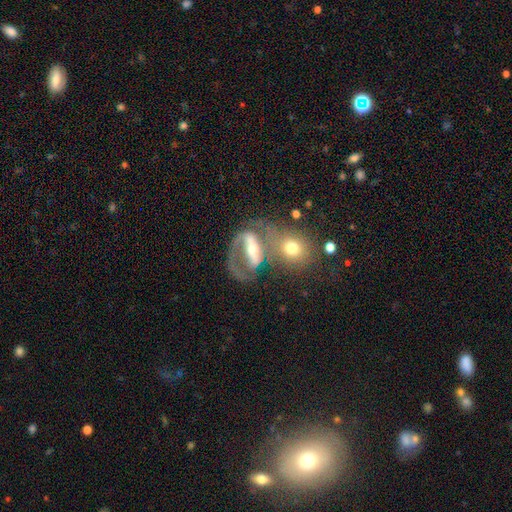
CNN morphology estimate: smooth-or-featured: featured or disk: 72% | smooth: 20% | star or artifact: 8%
  disk-edge-on: no: 93% | yes: 7%
    bar: strong: 53% | weak: 28% | no: 19%
    has-spiral-arms: yes: 74% | no: 26%
    bulge-size: moderate: 57% | small: 33% | large: 7% | none: 3% | dominant: 2%
  merging: merger: 46% | none: 27% | major disturbance: 16% | minor disturbance: 11%